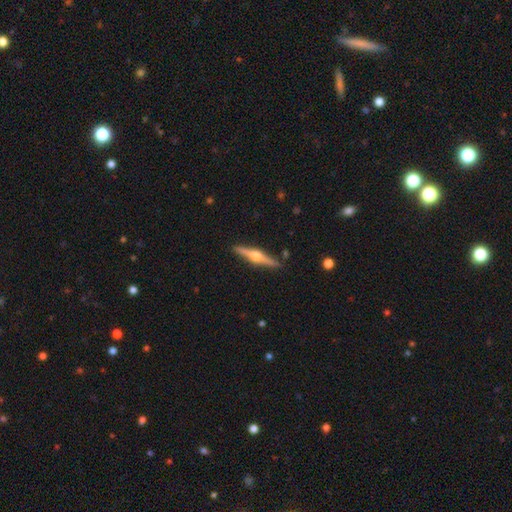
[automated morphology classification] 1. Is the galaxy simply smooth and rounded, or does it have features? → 76% featured or disk, 19% smooth, 5% star or artifact.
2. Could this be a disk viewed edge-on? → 98% yes, 2% no.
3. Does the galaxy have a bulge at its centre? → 94% rounded, 4% boxy, 2% none.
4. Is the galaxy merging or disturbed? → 89% none, 7% minor disturbance, 2% major disturbance, 2% merger.